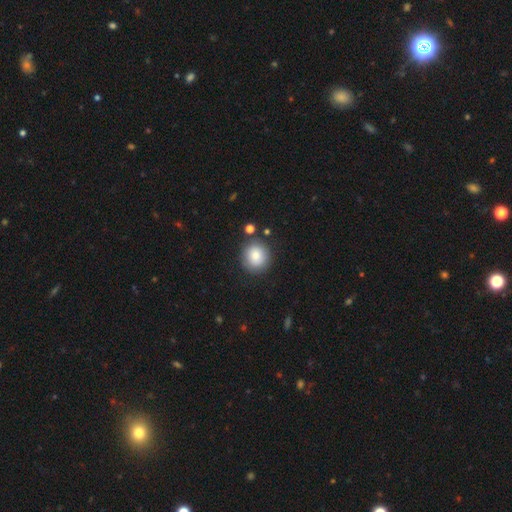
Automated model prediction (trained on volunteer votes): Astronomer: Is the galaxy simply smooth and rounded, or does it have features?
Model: smooth — 83%.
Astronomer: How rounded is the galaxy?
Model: round — 87%.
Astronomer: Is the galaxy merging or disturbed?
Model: none — 82%.